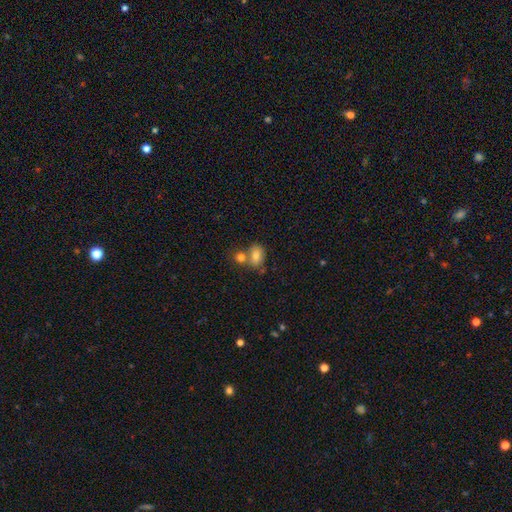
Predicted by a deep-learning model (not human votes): The model was most divided on "merging": none: 43%, merger: 41%, minor disturbance: 12%, major disturbance: 4%. More confident: smooth or featured — smooth (77%); how rounded — in between (71%).